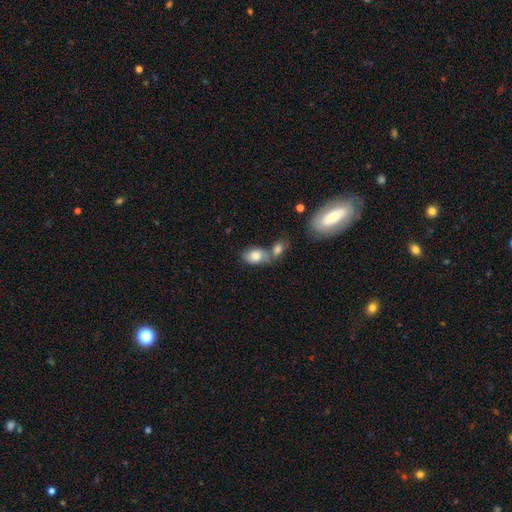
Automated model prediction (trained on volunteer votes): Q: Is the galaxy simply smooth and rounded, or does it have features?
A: smooth — 79%.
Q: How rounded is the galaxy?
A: in between — 87%.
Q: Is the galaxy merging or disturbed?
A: none — 42%.